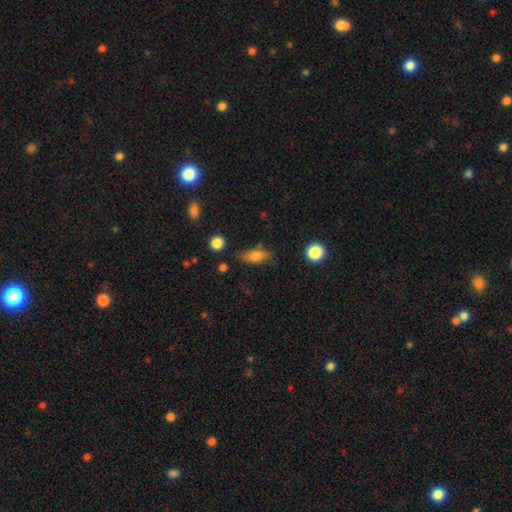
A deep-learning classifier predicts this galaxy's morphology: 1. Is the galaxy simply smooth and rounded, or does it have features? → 73% smooth, 18% featured or disk, 8% star or artifact.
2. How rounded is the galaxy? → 76% in between, 19% cigar-shaped, 6% round.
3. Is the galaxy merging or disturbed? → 74% none, 18% minor disturbance, 4% major disturbance, 4% merger.